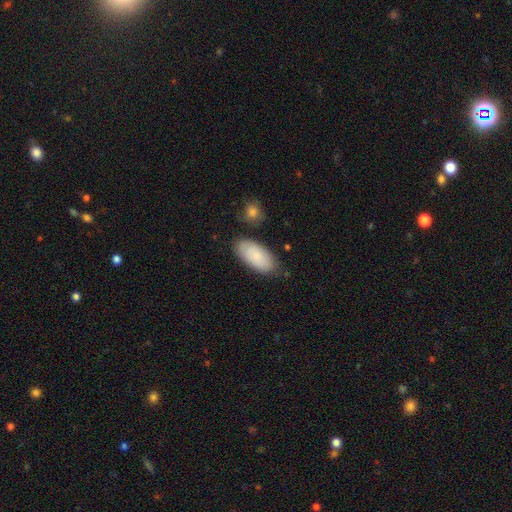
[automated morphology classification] This is clearly a smooth galaxy (81%). How rounded: clearly in between (93%). Merging: likely none (77%).